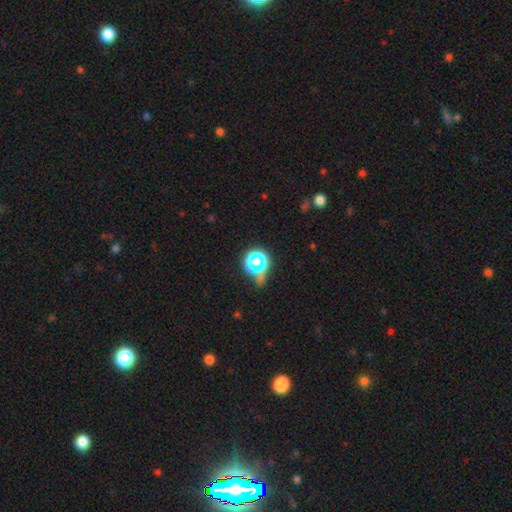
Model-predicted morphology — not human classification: A smooth galaxy with no disk features (66%) that is round (88%).

Vote fractions:
- Smooth or featured? smooth: 66% / star or artifact: 25% / featured or disk: 9%
- How rounded? round: 88% / in between: 10% / cigar-shaped: 2%
- Merging? none: 62% / minor disturbance: 17% / merger: 11% / major disturbance: 10%